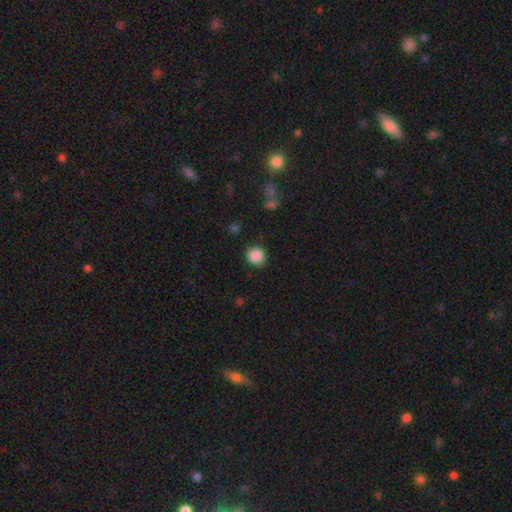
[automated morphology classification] type=smooth (87%); roundness=round (92%); merging=none (90%).